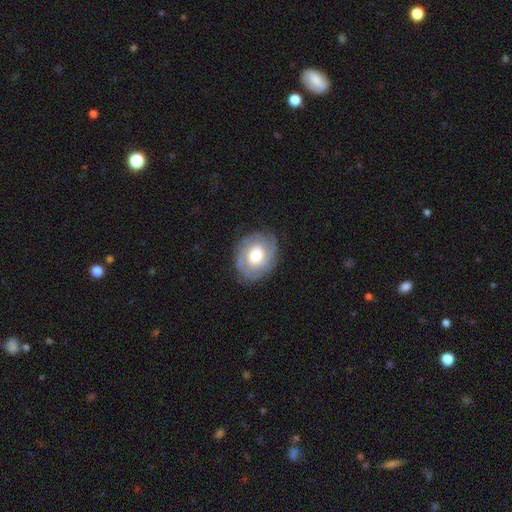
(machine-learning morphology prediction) A featured or disk galaxy (74%) with no bar (75%), 2 (43%) tight (63%) spiral arms (88%) and a large central bulge (45%). Merging: none (79%).